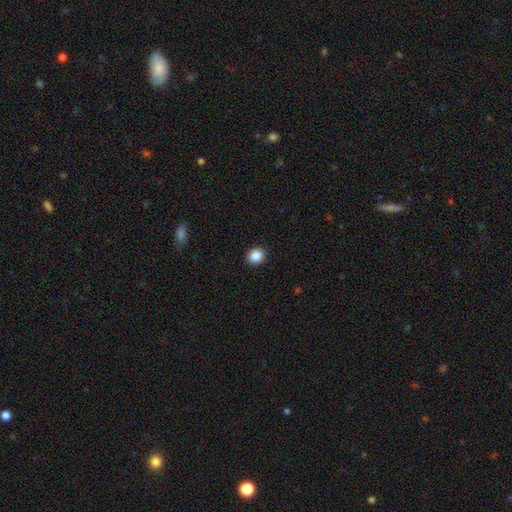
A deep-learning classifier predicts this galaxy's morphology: smooth-or-featured: smooth: 88% | star or artifact: 9% | featured or disk: 3%
  how-rounded: round: 74% | in between: 26% | cigar-shaped: 1%
  merging: none: 91% | minor disturbance: 6% | major disturbance: 2% | merger: 1%